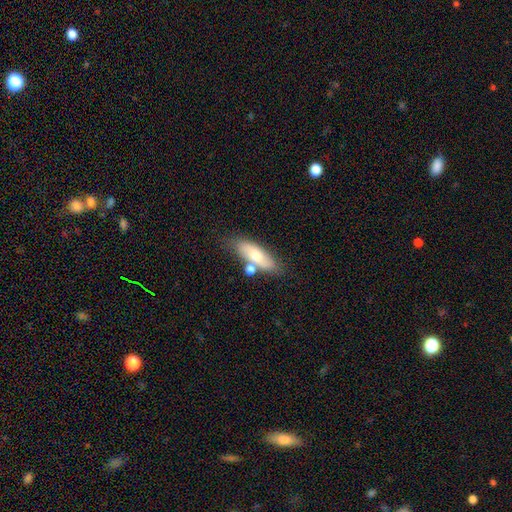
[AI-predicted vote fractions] smooth_or_featured: smooth (p=0.64) [alt: featured or disk p=0.29]
how_rounded: in between (p=0.65) [alt: cigar-shaped p=0.31]
merging: none (p=0.64) [alt: merger p=0.17]